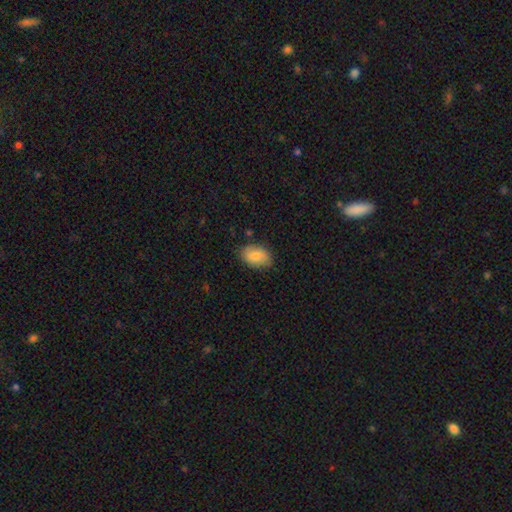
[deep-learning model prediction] This is likely a smooth galaxy (78%). How rounded: clearly in between (86%). Merging: likely none (80%).